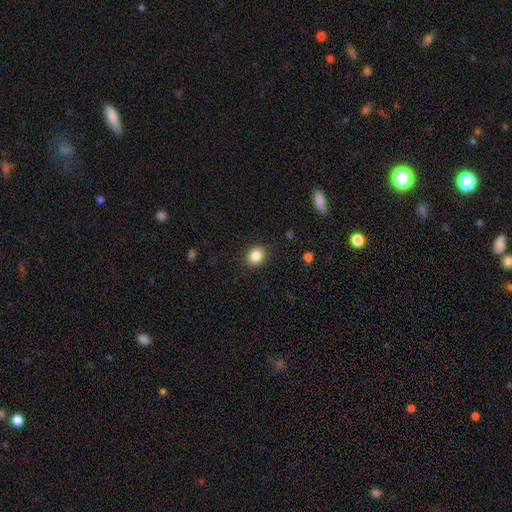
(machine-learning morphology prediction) Smooth or featured: smooth — 86% (star or artifact — 10%)
How rounded: round — 63% (in between — 36%)
Merging: none — 90% (minor disturbance — 7%)